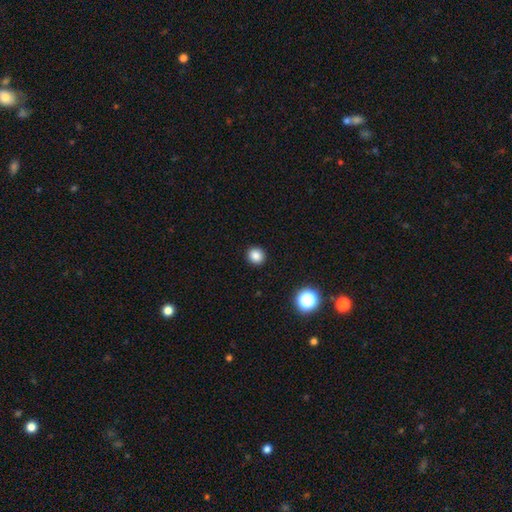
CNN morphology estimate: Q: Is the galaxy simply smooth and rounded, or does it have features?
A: smooth — 84%.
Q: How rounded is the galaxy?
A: round — 87%.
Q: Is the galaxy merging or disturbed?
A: none — 93%.